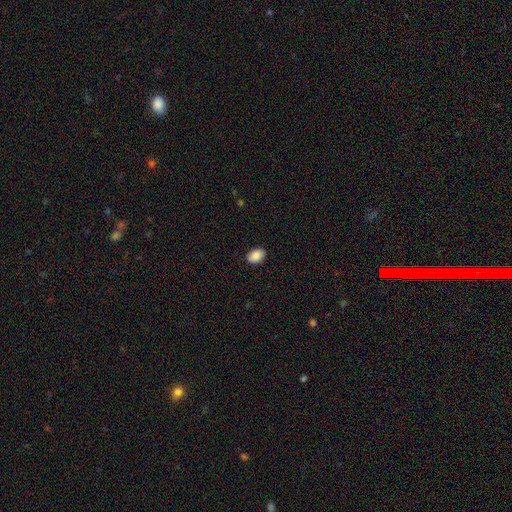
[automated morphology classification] Smooth or featured: smooth — 89% (star or artifact — 7%)
How rounded: in between — 84% (round — 15%)
Merging: none — 88% (minor disturbance — 9%)